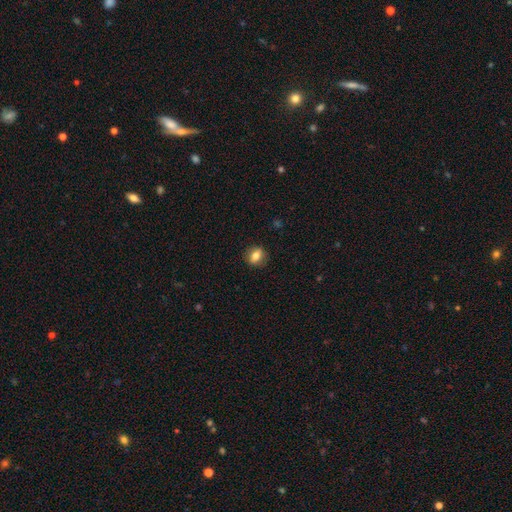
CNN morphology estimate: A smooth galaxy with no disk features (81%) that is round (52%). Merging: none (88%).